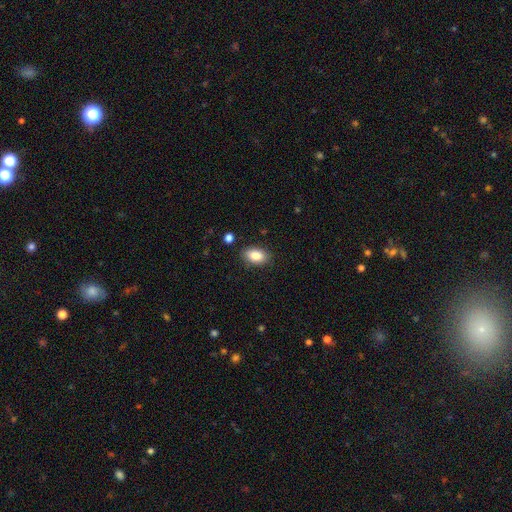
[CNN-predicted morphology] A smooth galaxy with no disk features (85%) that is in between round and cigar-shaped (90%). Merging: none (86%).